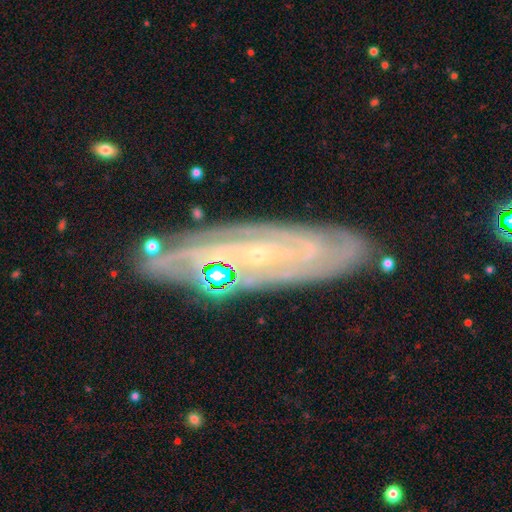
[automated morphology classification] Smooth or featured? featured or disk (82%)
Edge-on disk? no (79%)
Bar? no (42%)
Spiral arms? yes (94%)
Spiral winding? tight (70%)
Spiral arm count? can't tell (38%)
Bulge size? small (78%)
Merging? none (81%)